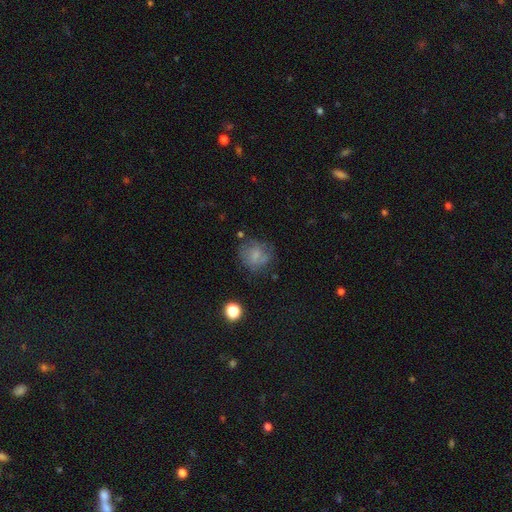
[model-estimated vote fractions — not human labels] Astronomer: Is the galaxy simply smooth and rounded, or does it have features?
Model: smooth — 64%.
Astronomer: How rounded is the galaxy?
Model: round — 75%.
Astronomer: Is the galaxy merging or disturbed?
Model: none — 57%.